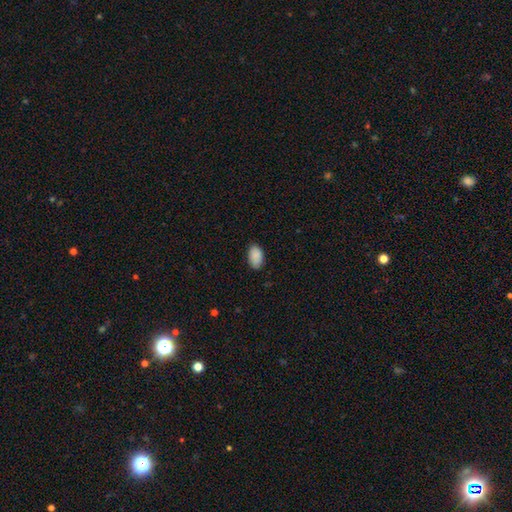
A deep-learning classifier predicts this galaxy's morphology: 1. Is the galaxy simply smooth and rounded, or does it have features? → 90% smooth, 7% star or artifact, 3% featured or disk.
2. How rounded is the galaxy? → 93% in between, 5% round, 1% cigar-shaped.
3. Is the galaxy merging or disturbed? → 84% none, 13% minor disturbance, 2% major disturbance, 1% merger.